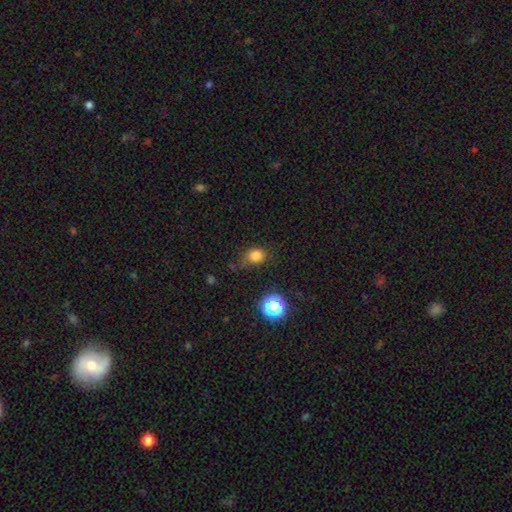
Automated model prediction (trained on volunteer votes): Smooth or featured? Predicted: smooth (p=0.80). How rounded? Predicted: round (p=0.67). Merging? Predicted: none (p=0.65).